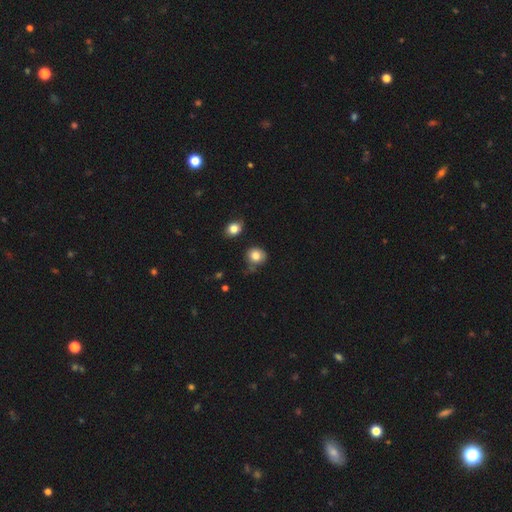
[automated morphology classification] Overall: smooth (81%). How rounded: round (79%). Merging: none (65%).